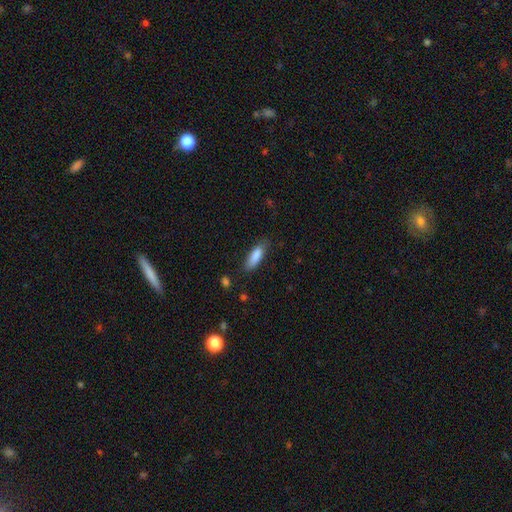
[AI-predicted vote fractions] smooth 86%, featured or disk 7%, star or artifact 7%. Down the decision tree: how rounded — in between (60%); merging — none (75%).